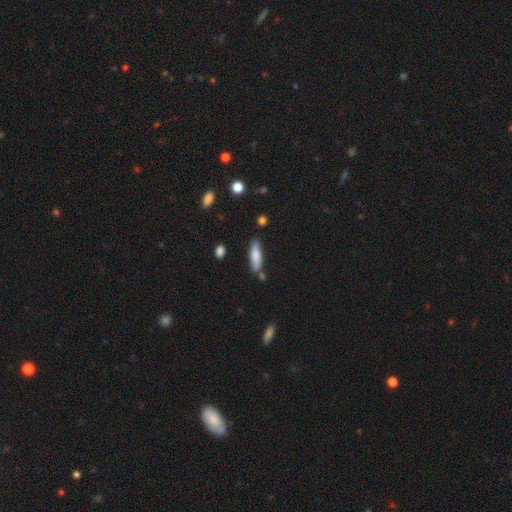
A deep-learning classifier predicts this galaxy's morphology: smooth 79%, featured or disk 14%, star or artifact 6%. Down the decision tree: how rounded — cigar-shaped (57%); merging — none (77%).